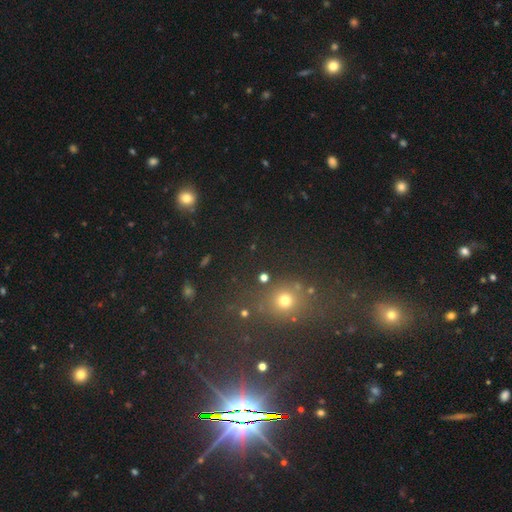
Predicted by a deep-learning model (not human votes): Smooth or featured: star or artifact — 72% (smooth — 20%)